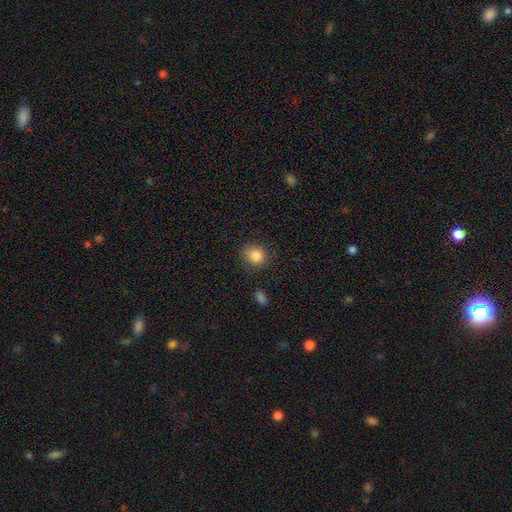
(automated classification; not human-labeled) smooth_or_featured: smooth (p=0.86) [alt: star or artifact p=0.10]
how_rounded: round (p=0.79) [alt: in between p=0.20]
merging: none (p=0.80) [alt: minor disturbance p=0.14]